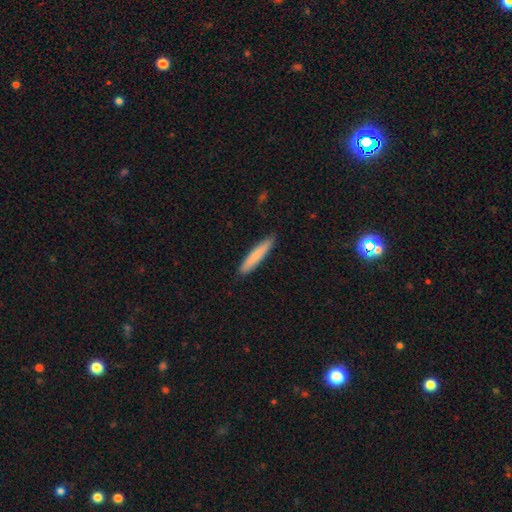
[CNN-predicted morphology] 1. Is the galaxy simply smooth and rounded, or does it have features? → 80% smooth, 15% featured or disk, 5% star or artifact.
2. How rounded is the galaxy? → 92% cigar-shaped, 6% in between, 1% round.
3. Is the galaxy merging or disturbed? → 89% none, 8% minor disturbance, 1% major disturbance, 1% merger.